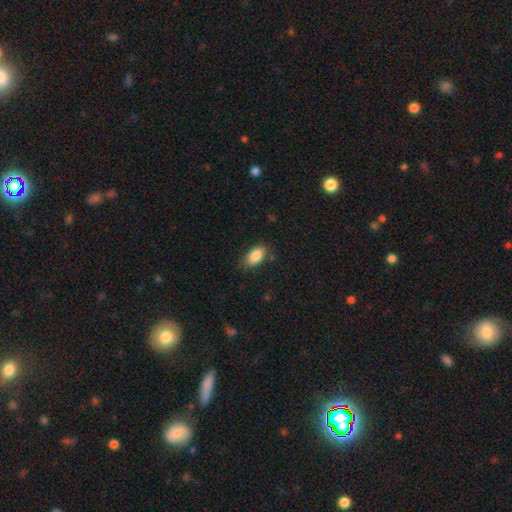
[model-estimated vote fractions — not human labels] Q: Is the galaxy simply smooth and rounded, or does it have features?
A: smooth — 86%.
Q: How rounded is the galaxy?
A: in between — 91%.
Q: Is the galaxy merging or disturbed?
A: none — 79%.